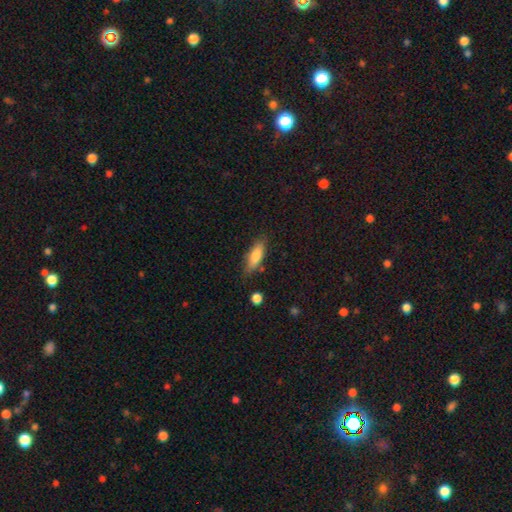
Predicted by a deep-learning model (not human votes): This appears to be a smooth galaxy with no disk features (78%) that is in between round and cigar-shaped (56%). Merging: none (77%).